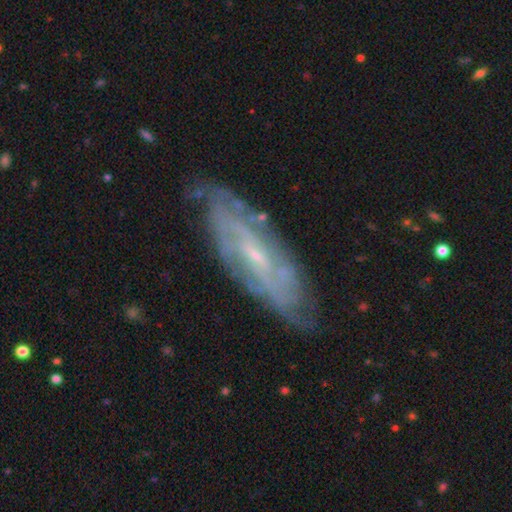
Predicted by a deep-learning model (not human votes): A featured or disk galaxy (81%) with a weak bar (43%), tight (64%) spiral arms (90%) and a small central bulge (75%). Merging: none (77%).